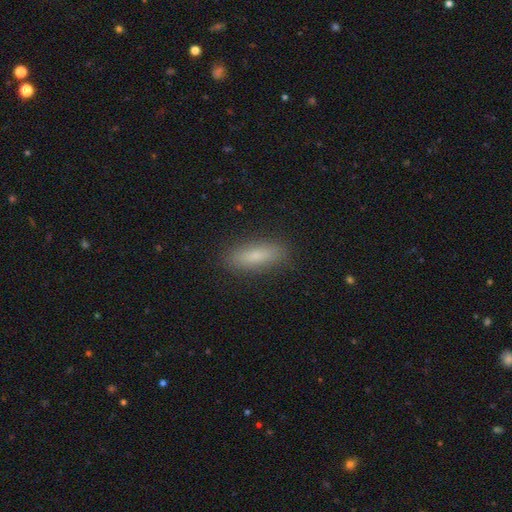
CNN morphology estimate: A smooth galaxy with no disk features (79%) that is cigar-shaped (52%).

Vote fractions:
- Smooth or featured? smooth: 79% / featured or disk: 13% / star or artifact: 8%
- How rounded? cigar-shaped: 52% / in between: 46% / round: 2%
- Merging? none: 88% / minor disturbance: 9% / major disturbance: 2% / merger: 1%